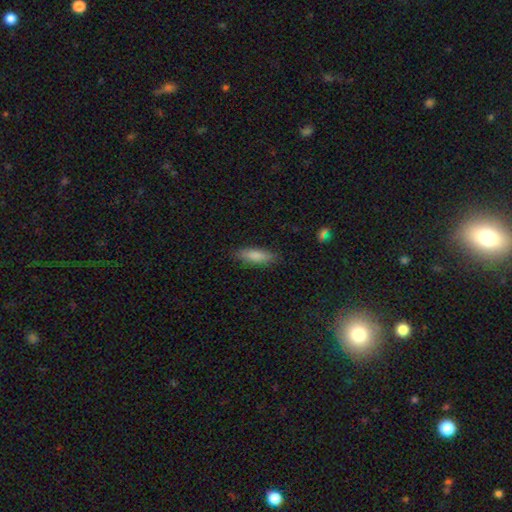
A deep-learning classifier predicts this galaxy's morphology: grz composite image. It shows a smooth galaxy with no disk features (85%) that is in between round and cigar-shaped (54%). Merging: none (85%).